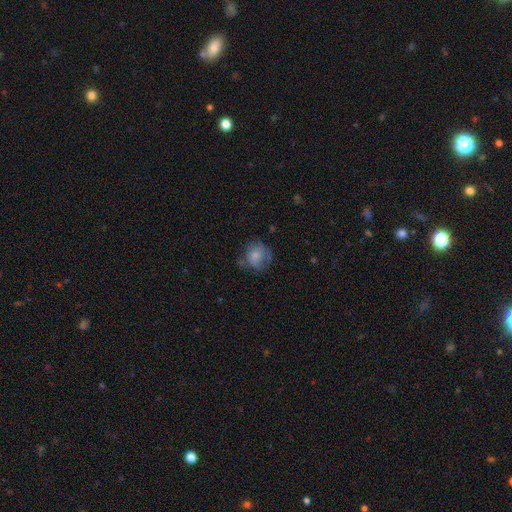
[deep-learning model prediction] Smooth or featured? Predicted: smooth (p=0.63). How rounded? Predicted: round (p=0.78). Merging? Predicted: none (p=0.54).